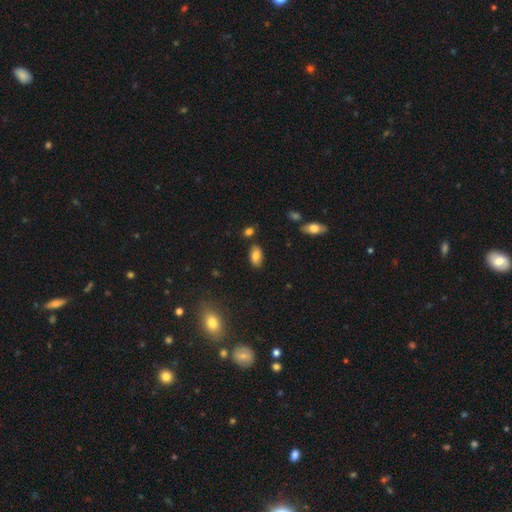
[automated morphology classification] Smooth or featured: smooth — 82% (featured or disk — 10%)
How rounded: in between — 92% (round — 4%)
Merging: none — 82% (minor disturbance — 12%)